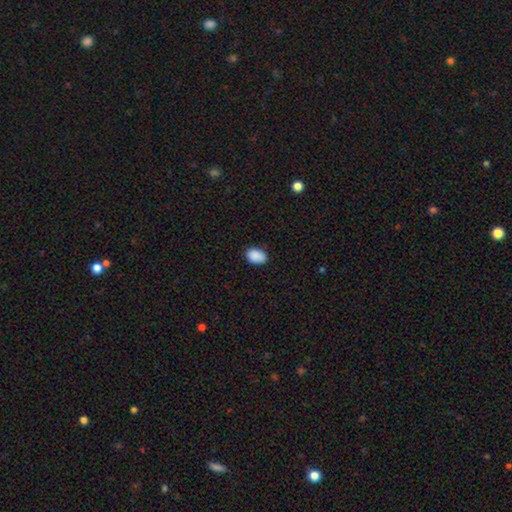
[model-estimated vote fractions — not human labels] smooth_or_featured: smooth (p=0.90) [alt: star or artifact p=0.08]
how_rounded: in between (p=0.88) [alt: round p=0.11]
merging: none (p=0.83) [alt: minor disturbance p=0.14]